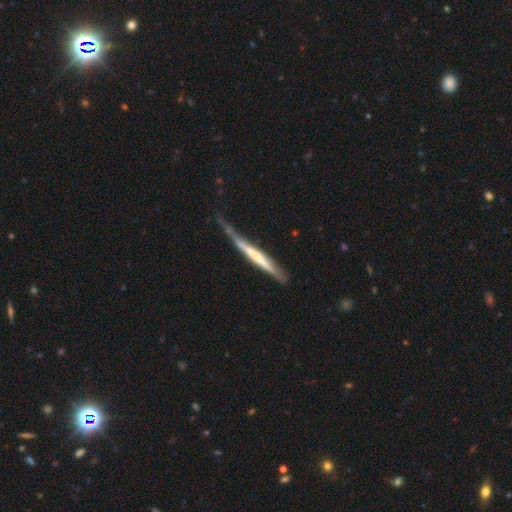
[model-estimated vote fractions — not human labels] featured or disk 57%, smooth 37%, star or artifact 6%. Down the decision tree: edge-on disk — yes (92%); edge-on bulge — none (67%); merging — none (50%).